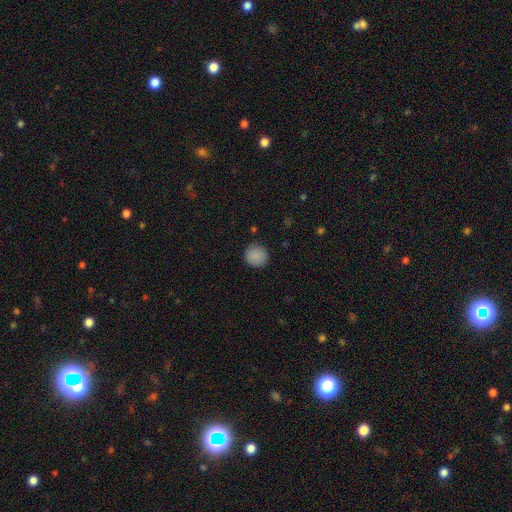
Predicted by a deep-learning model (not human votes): This is clearly a smooth galaxy (88%). How rounded: clearly round (92%). Merging: clearly none (90%).